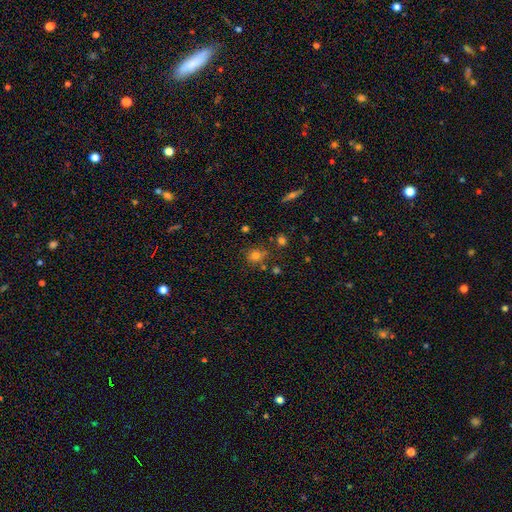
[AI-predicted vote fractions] smooth_or_featured: smooth (p=0.76) [alt: star or artifact p=0.16]
how_rounded: round (p=0.77) [alt: in between p=0.22]
merging: none (p=0.71) [alt: minor disturbance p=0.15]